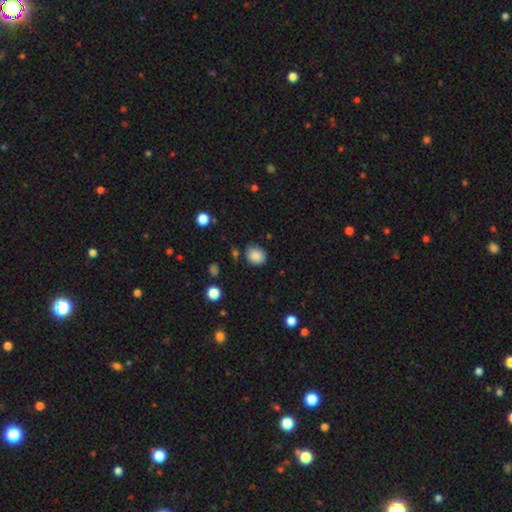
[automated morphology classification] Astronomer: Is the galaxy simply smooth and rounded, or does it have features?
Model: smooth — 86%.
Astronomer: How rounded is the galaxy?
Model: round — 64%.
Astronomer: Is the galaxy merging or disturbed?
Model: none — 78%.